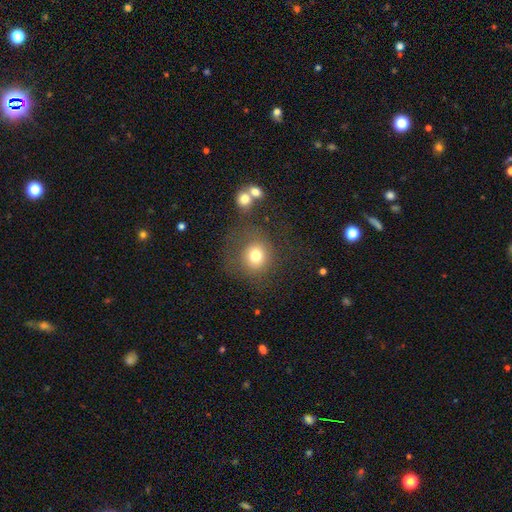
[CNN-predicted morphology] The model was most divided on "merging": none: 64%, minor disturbance: 16%, major disturbance: 13%, merger: 6%. More confident: how rounded — round (86%); smooth or featured — smooth (76%).